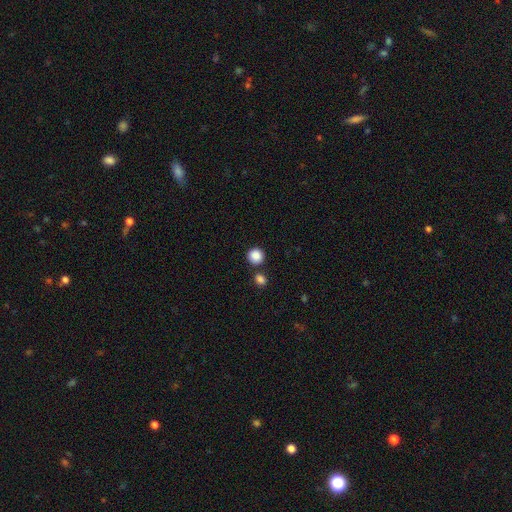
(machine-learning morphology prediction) This appears to be a smooth galaxy with no disk features (87%) that is round (91%). Merging: none (78%).